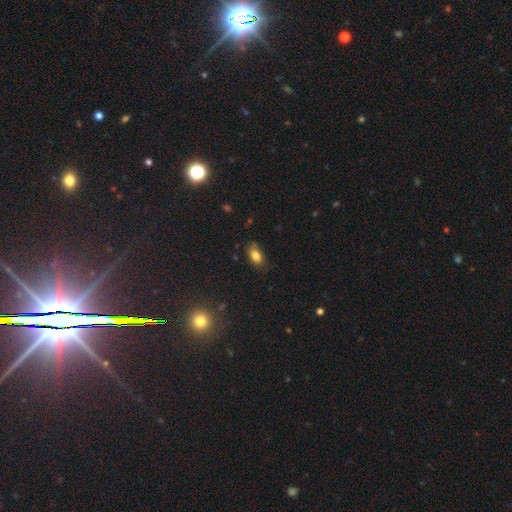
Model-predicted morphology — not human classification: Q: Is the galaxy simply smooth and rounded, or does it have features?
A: smooth — 82%.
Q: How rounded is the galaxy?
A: in between — 88%.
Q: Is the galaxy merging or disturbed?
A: none — 73%.